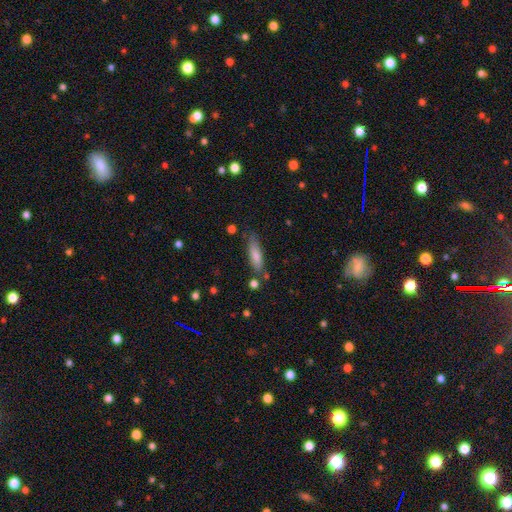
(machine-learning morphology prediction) smooth 80%, featured or disk 13%, star or artifact 6%. Down the decision tree: how rounded — cigar-shaped (55%); merging — none (68%).